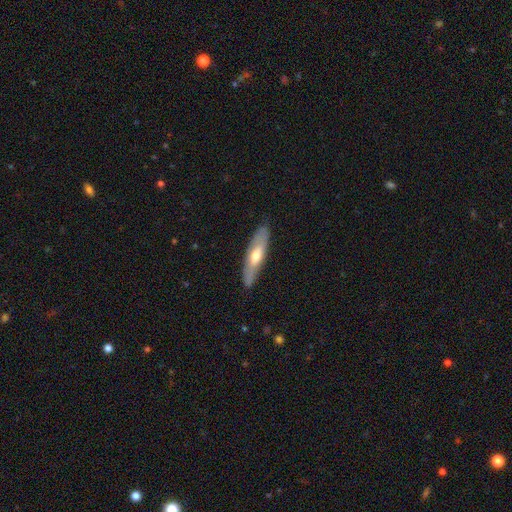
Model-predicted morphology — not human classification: This is possibly a featured or disk galaxy (49%). Merging: clearly none (85%).